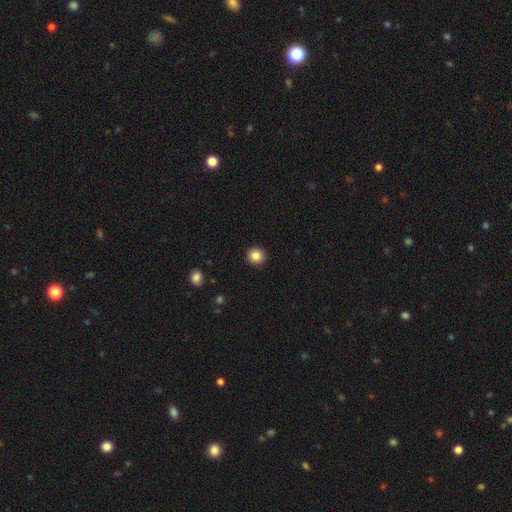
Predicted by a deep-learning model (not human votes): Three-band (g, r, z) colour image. It shows a smooth galaxy with no disk features (85%) that is round (93%). Merging: none (92%).